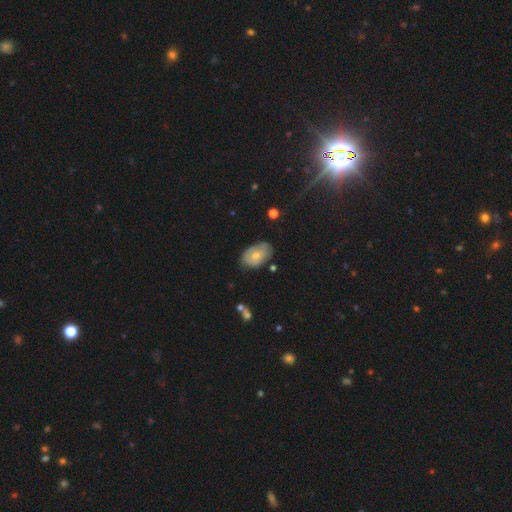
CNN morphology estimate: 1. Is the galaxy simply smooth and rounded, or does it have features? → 56% smooth, 37% featured or disk, 7% star or artifact.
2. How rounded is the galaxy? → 88% in between, 11% round, 1% cigar-shaped.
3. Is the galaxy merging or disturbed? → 67% none, 26% minor disturbance, 5% major disturbance, 2% merger.